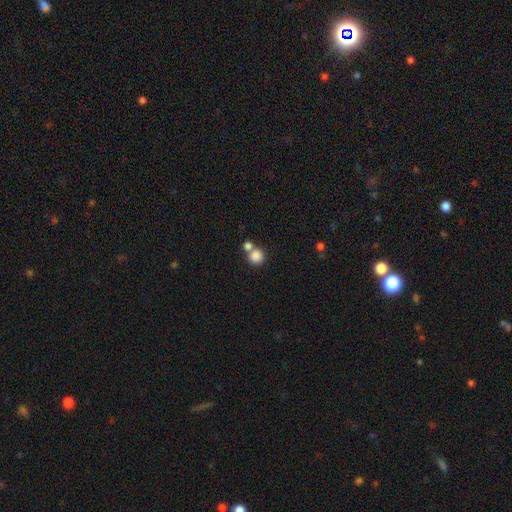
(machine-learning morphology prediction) Smooth or featured? Predicted: smooth (p=0.84). How rounded? Predicted: round (p=0.90). Merging? Predicted: none (p=0.53).